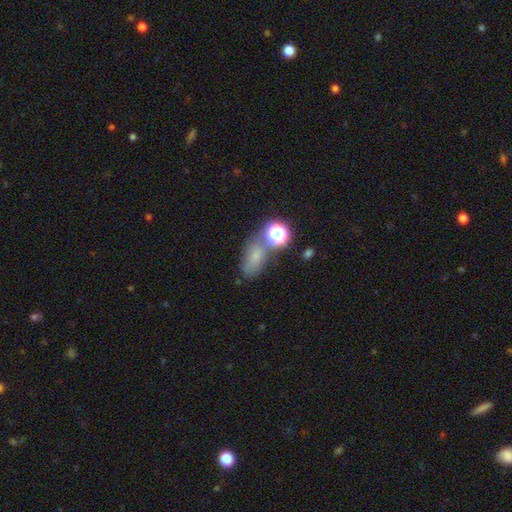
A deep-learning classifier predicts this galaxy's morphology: Smooth or featured? smooth (62%)
How rounded? in between (73%)
Merging? none (52%)